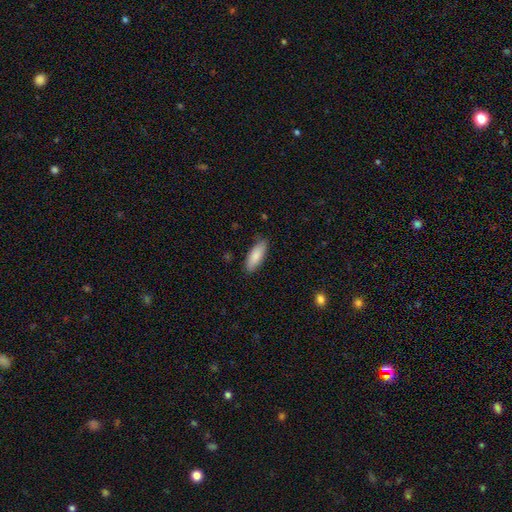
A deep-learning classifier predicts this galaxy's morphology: smooth-or-featured: smooth: 86% | featured or disk: 8% | star or artifact: 6%
  how-rounded: in between: 68% | cigar-shaped: 30% | round: 2%
  merging: none: 84% | minor disturbance: 13% | major disturbance: 2% | merger: 1%